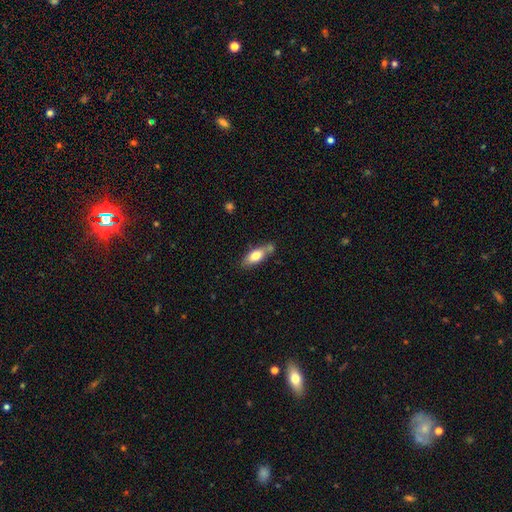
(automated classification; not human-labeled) smooth 71%, featured or disk 22%, star or artifact 7%. Down the decision tree: how rounded — in between (73%); merging — none (59%).